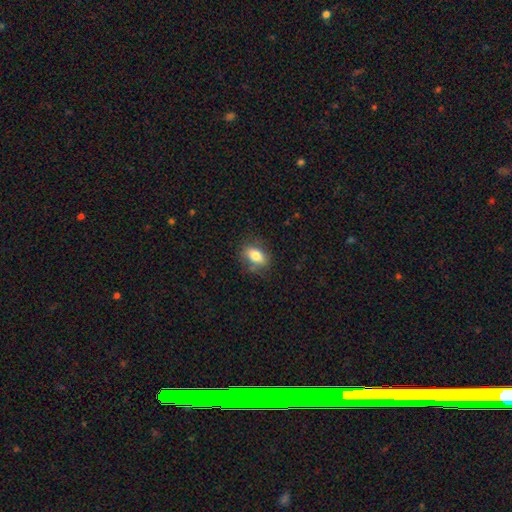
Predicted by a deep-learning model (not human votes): smooth-or-featured: smooth: 78% | featured or disk: 14% | star or artifact: 8%
  how-rounded: in between: 84% | round: 12% | cigar-shaped: 4%
  merging: none: 75% | minor disturbance: 18% | major disturbance: 5% | merger: 2%